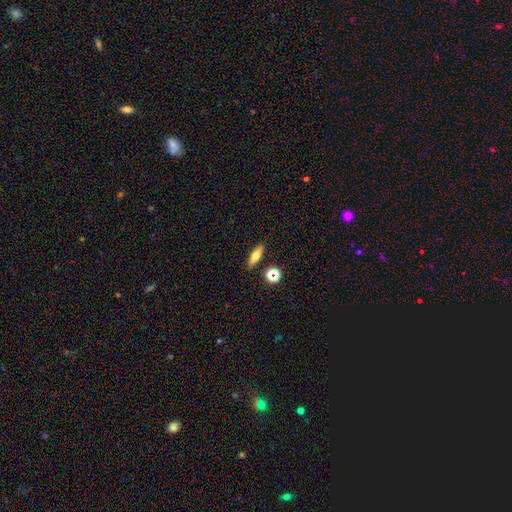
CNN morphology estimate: A smooth galaxy with no disk features (62%) that is in between round and cigar-shaped (50%). Merging: none (84%).